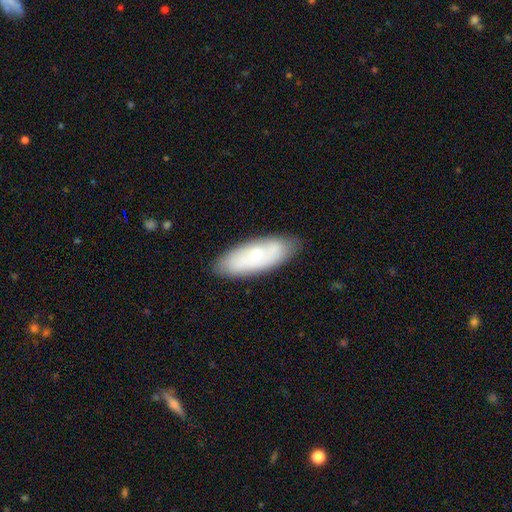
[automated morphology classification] The model was most divided on "smooth or featured": smooth: 50%, featured or disk: 43%, star or artifact: 7%. More confident: merging — none (81%).